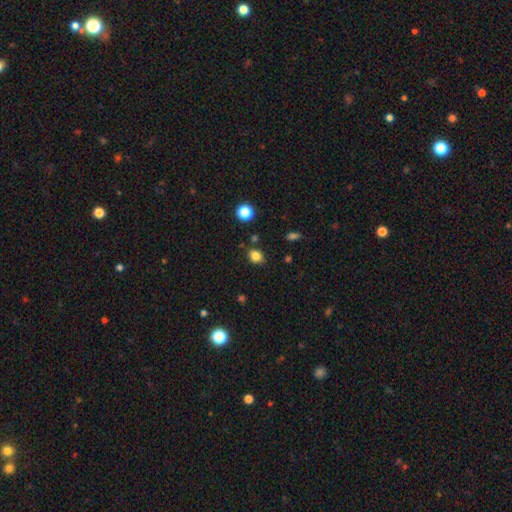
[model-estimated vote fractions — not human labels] A smooth galaxy with no disk features (82%) that is round (55%).

Vote fractions:
- Smooth or featured? smooth: 82% / star or artifact: 13% / featured or disk: 5%
- How rounded? round: 55% / in between: 44% / cigar-shaped: 1%
- Merging? none: 79% / minor disturbance: 13% / merger: 4% / major disturbance: 3%